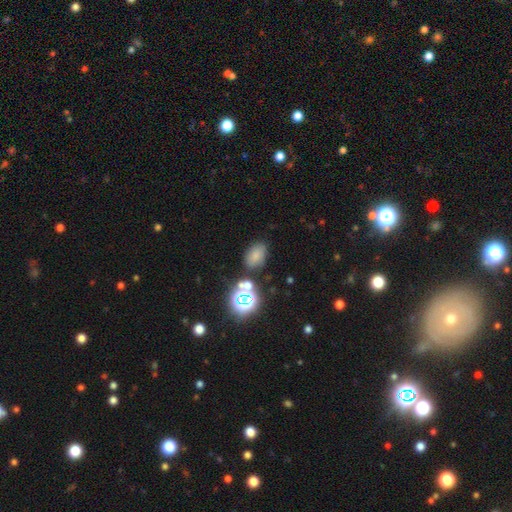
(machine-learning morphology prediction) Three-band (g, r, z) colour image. It shows a smooth galaxy with no disk features (69%) that is in between round and cigar-shaped (79%). Merging: none (73%).